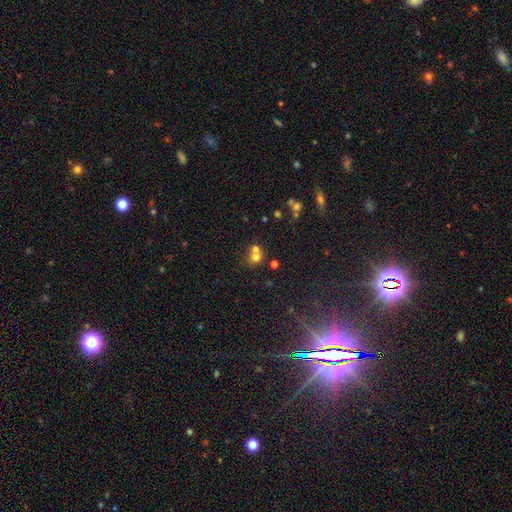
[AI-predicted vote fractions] A smooth galaxy with no disk features (67%) that is round (79%). Merging: merger (54%).